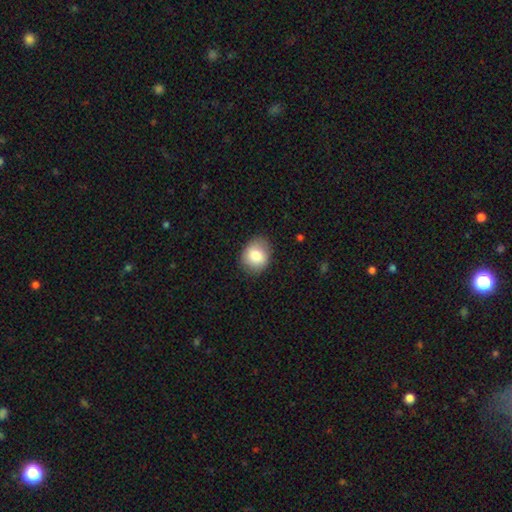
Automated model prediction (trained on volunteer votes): Overall: smooth (81%). How rounded: round (55%; in between 44%). Merging: none (83%).